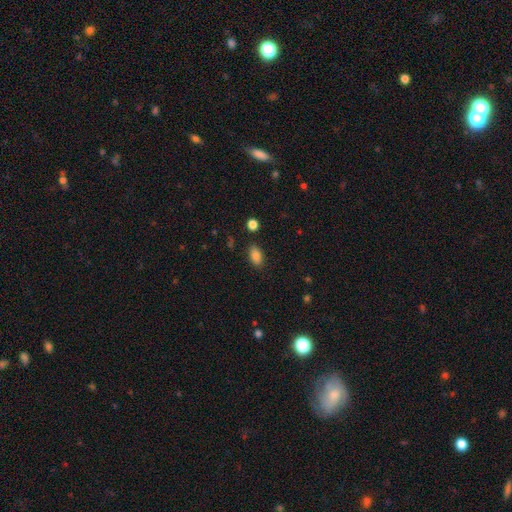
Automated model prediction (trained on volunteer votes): A smooth galaxy with no disk features (85%) that is in between round and cigar-shaped (90%). Merging: none (85%).